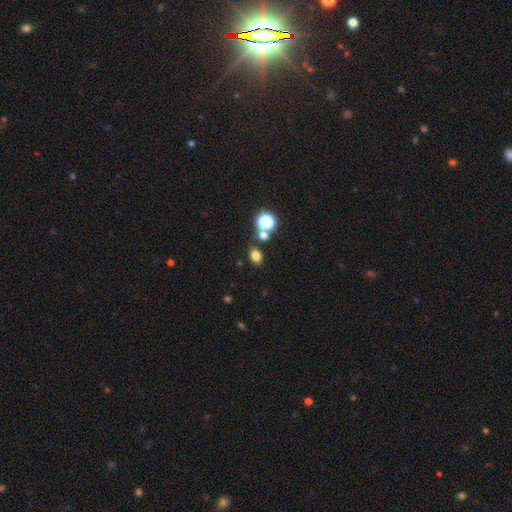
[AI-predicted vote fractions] smooth-or-featured: smooth: 76% | star or artifact: 17% | featured or disk: 7%
  how-rounded: in between: 61% | round: 38% | cigar-shaped: 1%
  merging: none: 75% | merger: 11% | minor disturbance: 10% | major disturbance: 3%